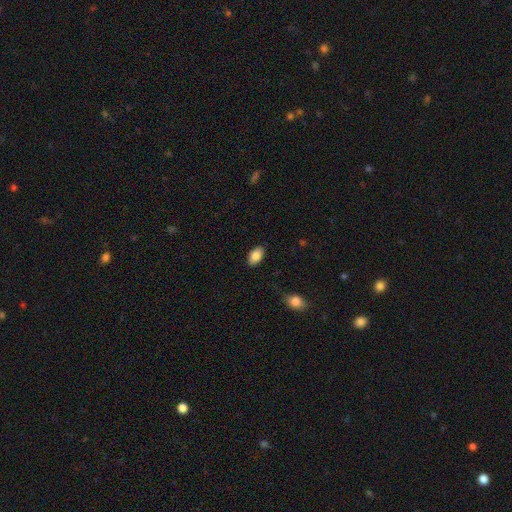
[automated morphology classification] A smooth galaxy with no disk features (86%) that is in between round and cigar-shaped (93%).

Vote fractions:
- Smooth or featured? smooth: 86% / featured or disk: 7% / star or artifact: 7%
- How rounded? in between: 93% / round: 5% / cigar-shaped: 2%
- Merging? none: 87% / minor disturbance: 9% / major disturbance: 2% / merger: 1%